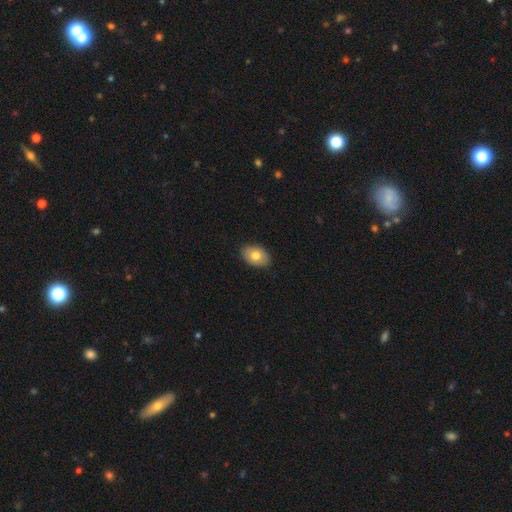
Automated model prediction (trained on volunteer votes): A smooth galaxy with no disk features (75%) that is in between round and cigar-shaped (86%). Merging: none (86%).